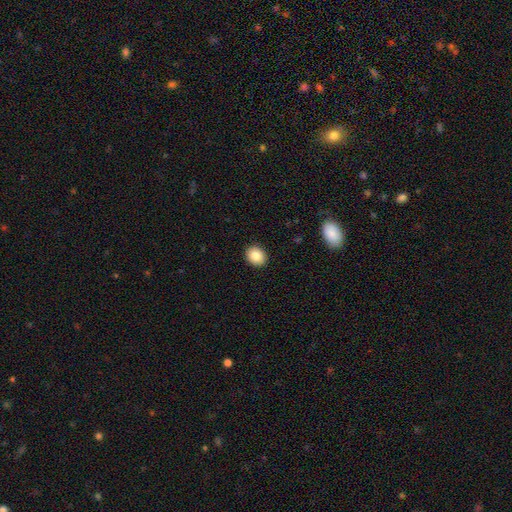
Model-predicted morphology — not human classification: This appears to be a smooth galaxy with no disk features (85%) that is round (66%). Merging: none (91%).